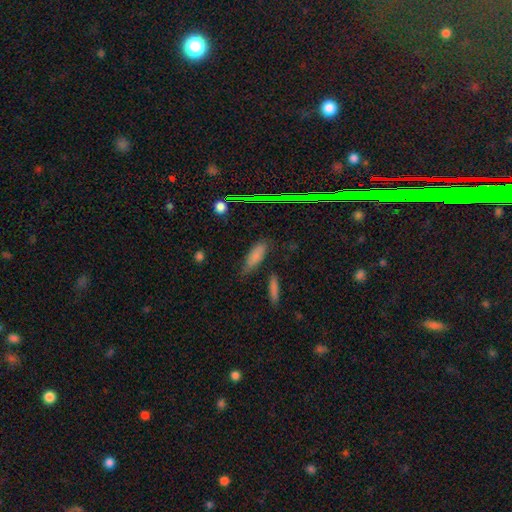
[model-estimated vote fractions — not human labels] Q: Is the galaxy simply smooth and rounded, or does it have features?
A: smooth — 75%.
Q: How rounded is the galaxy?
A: in between — 67%.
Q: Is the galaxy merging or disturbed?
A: none — 64%.